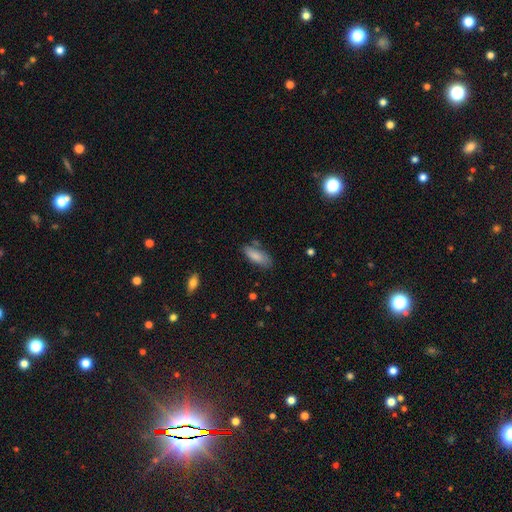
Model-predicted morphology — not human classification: Smooth or featured? smooth (84%)
How rounded? in between (71%)
Merging? none (69%)